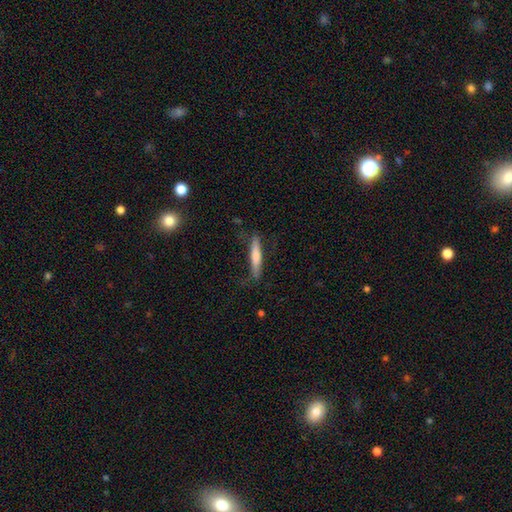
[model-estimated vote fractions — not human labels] smooth 64%, featured or disk 30%, star or artifact 5%. Down the decision tree: how rounded — cigar-shaped (91%); merging — none (79%).